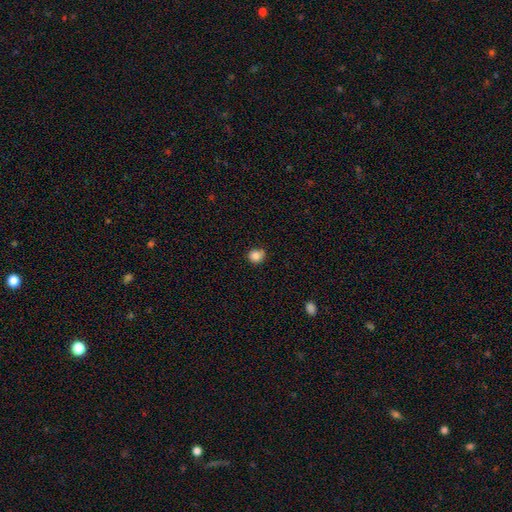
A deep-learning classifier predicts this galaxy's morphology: Smooth or featured? Predicted: smooth (p=0.84). How rounded? Predicted: round (p=0.79). Merging? Predicted: none (p=0.71).